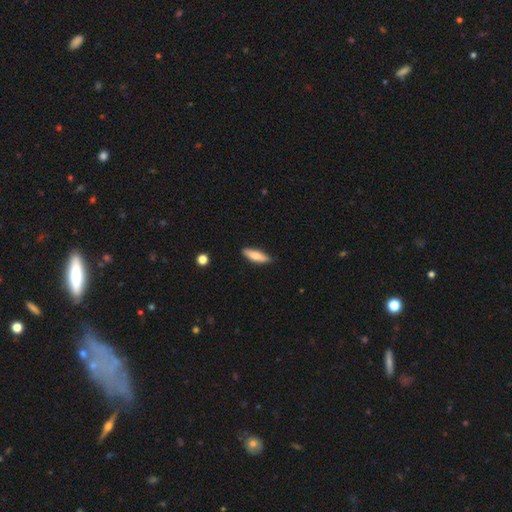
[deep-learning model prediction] Smooth or featured?
  - smooth: 74% *
  - featured or disk: 21%
  - star or artifact: 6%
How rounded?
  - cigar-shaped: 52% *
  - in between: 46%
  - round: 2%
Merging?
  - none: 85% *
  - minor disturbance: 12%
  - major disturbance: 2%
  - merger: 1%